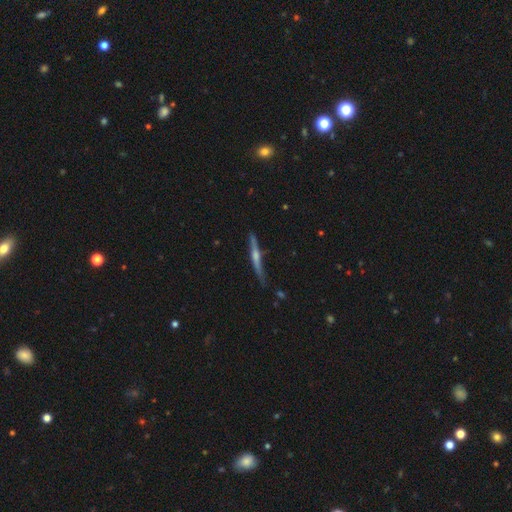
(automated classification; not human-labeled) Smooth or featured: featured or disk — 73% (smooth — 21%)
Edge-on disk: yes — 97% (no — 3%)
Edge-on bulge: rounded — 73% (none — 17%)
Merging: none — 78% (minor disturbance — 16%)